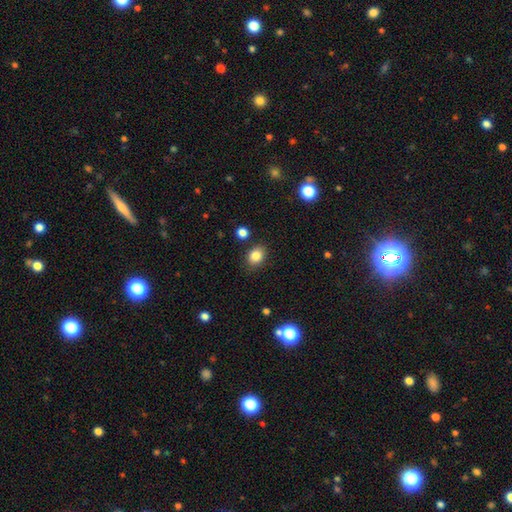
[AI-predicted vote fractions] A smooth galaxy with no disk features (84%) that is in between round and cigar-shaped (58%).

Vote fractions:
- Smooth or featured? smooth: 84% / star or artifact: 10% / featured or disk: 6%
- How rounded? in between: 58% / round: 41% / cigar-shaped: 1%
- Merging? none: 84% / minor disturbance: 10% / merger: 3% / major disturbance: 3%